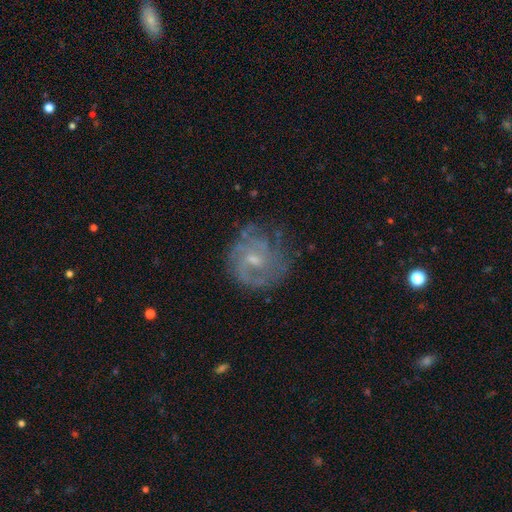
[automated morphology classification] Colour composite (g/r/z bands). It shows a featured or disk galaxy (70%) with no bar (58%), tight (54%) spiral arms (84%) and a small central bulge (58%). Merging: none (71%).